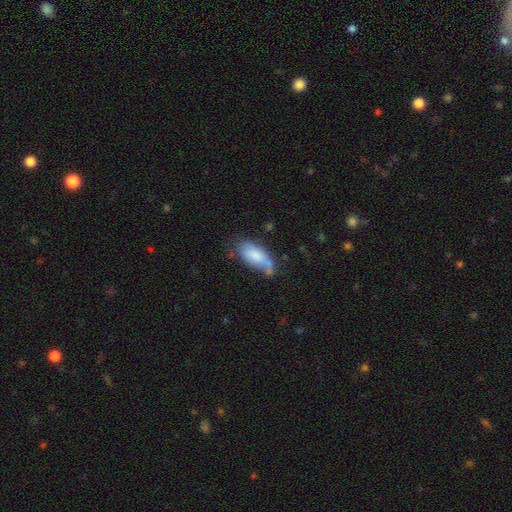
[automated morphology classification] Smooth or featured? smooth (74%)
How rounded? in between (86%)
Merging? none (45%)